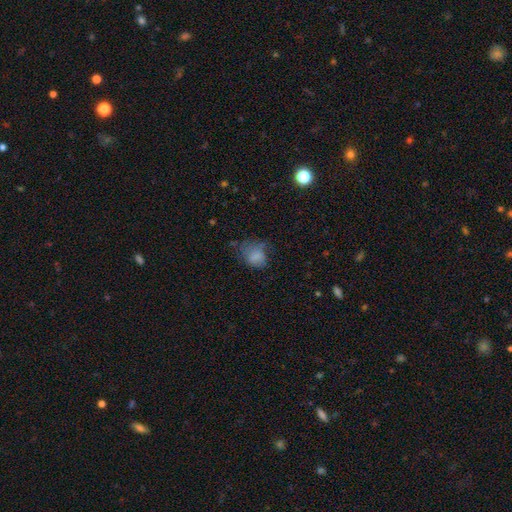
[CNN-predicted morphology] type=smooth (73%); roundness=in between (58%); merging=none (39%).